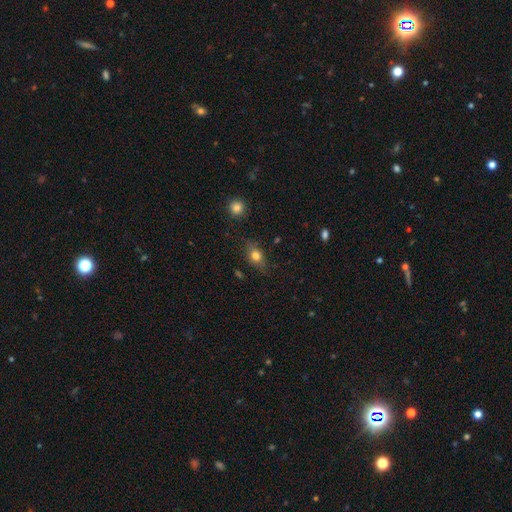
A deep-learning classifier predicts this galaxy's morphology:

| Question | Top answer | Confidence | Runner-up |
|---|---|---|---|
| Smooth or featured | smooth | 74% | featured or disk (16%) |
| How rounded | in between | 69% | round (27%) |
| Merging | none | 75% | minor disturbance (18%) |